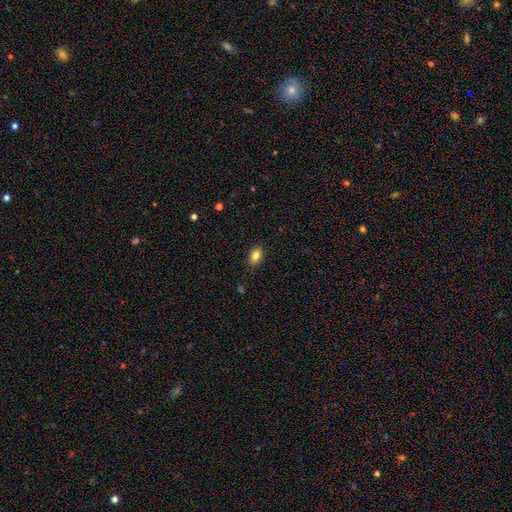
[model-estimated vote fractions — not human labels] Q: Smooth or featured?
A: smooth (83%); runner-up: star or artifact (9%)
Q: How rounded?
A: in between (83%); runner-up: round (16%)
Q: Merging?
A: none (87%); runner-up: minor disturbance (10%)